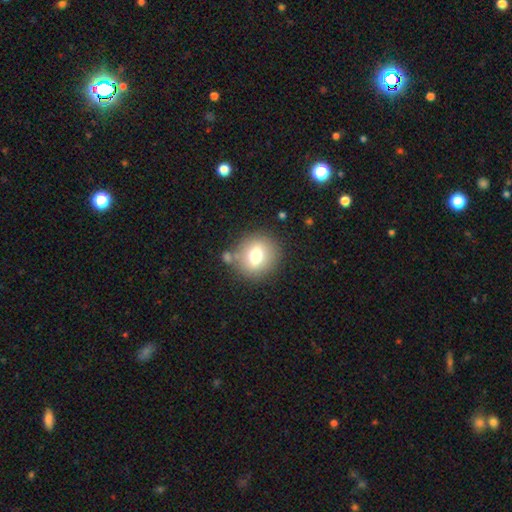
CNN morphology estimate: Overall: smooth (72%). How rounded: round (84%). Merging: none (77%).